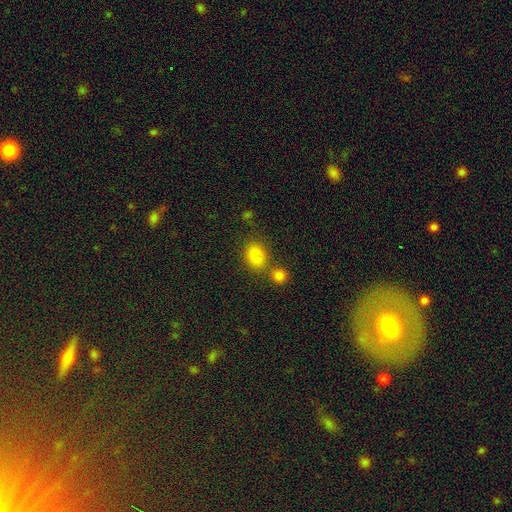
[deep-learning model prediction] Smooth or featured: smooth — 81% (star or artifact — 12%)
How rounded: in between — 62% (round — 36%)
Merging: none — 62% (merger — 23%)